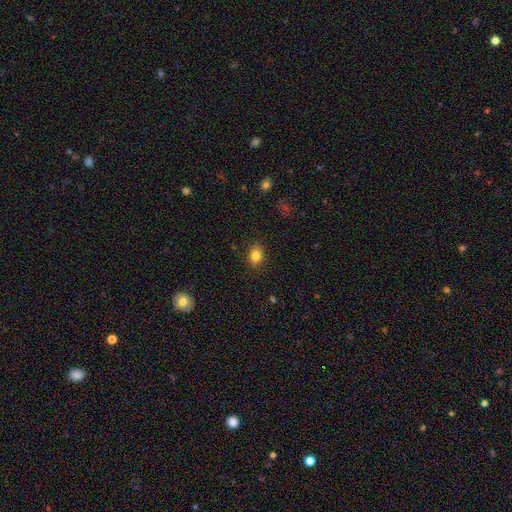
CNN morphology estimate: Overall: smooth (82%). How rounded: in between (64%; round 35%). Merging: none (86%).